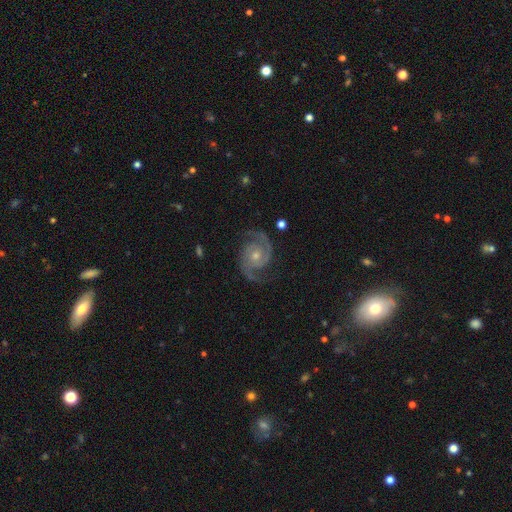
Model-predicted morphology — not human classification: smooth-or-featured: featured or disk: 92% | star or artifact: 5% | smooth: 3%
  disk-edge-on: no: 98% | yes: 2%
    bar: no: 73% | weak: 21% | strong: 6%
    has-spiral-arms: yes: 99% | no: 1%
      spiral-winding: medium: 52% | tight: 39% | loose: 9%
      spiral-arm-count: 2: 92% | 3: 3% | can't tell: 2% | 1: 1% | 4: 1% | more than 4: 1%
    bulge-size: small: 50% | moderate: 46% | large: 2% | none: 2% | dominant: 1%
  merging: none: 82% | minor disturbance: 13% | major disturbance: 4% | merger: 1%